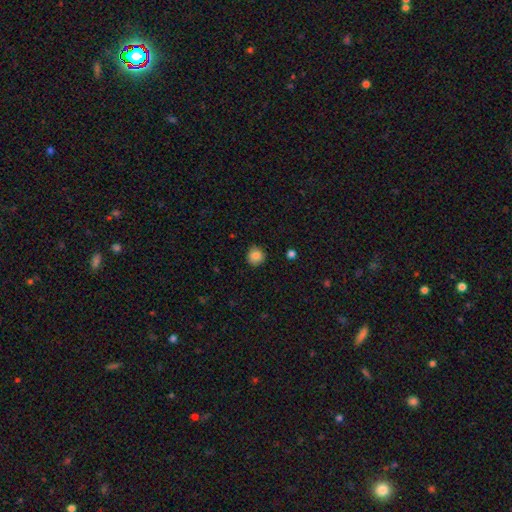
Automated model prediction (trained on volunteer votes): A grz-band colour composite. It shows a smooth galaxy with no disk features (84%) that is round (91%). Merging: none (89%).